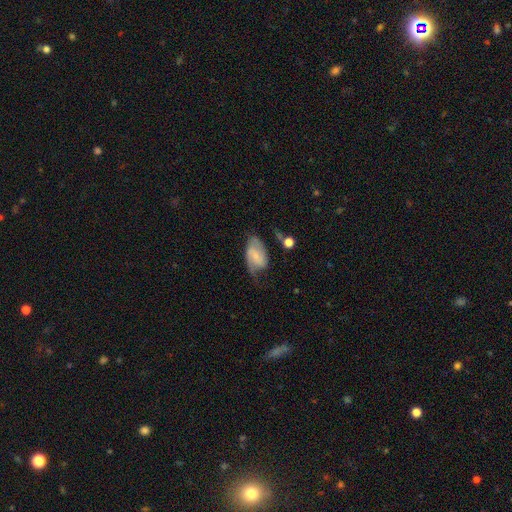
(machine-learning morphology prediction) The model was most divided on "bar": weak: 44%, no: 40%, strong: 16%. Remaining: edge-on disk — no (96%); spiral arms — yes (90%); spiral arm count — 2 (80%); smooth or featured — featured or disk (66%); bulge size — small (64%); merging — none (53%); spiral winding — medium (44%).